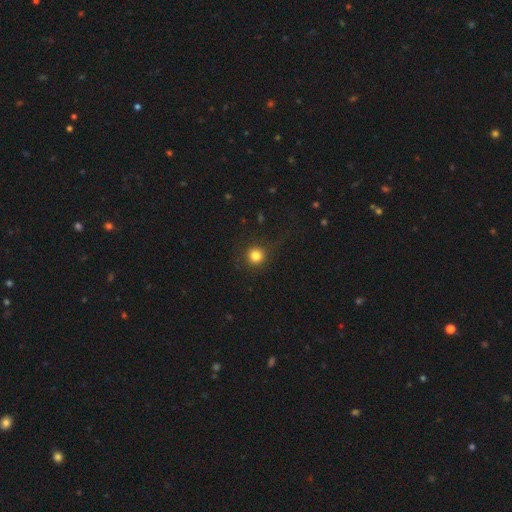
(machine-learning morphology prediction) The model was most divided on "smooth or featured": smooth: 82%, star or artifact: 13%, featured or disk: 5%. More confident: how rounded — round (94%); merging — none (86%).